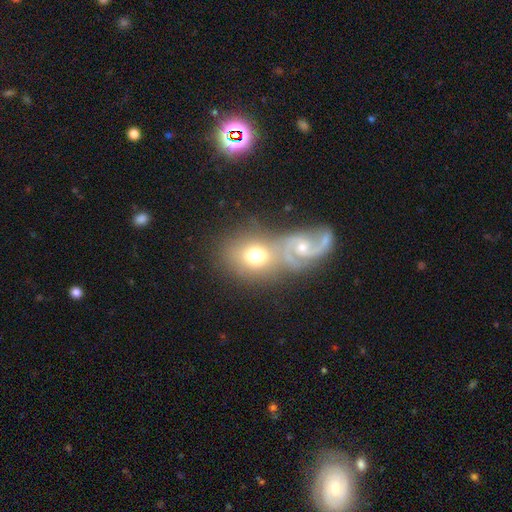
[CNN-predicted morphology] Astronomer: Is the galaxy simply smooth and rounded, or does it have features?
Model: smooth — 47% (runner-up: featured or disk, 45%).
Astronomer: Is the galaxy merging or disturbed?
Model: merger — 54% (runner-up: none, 30%).